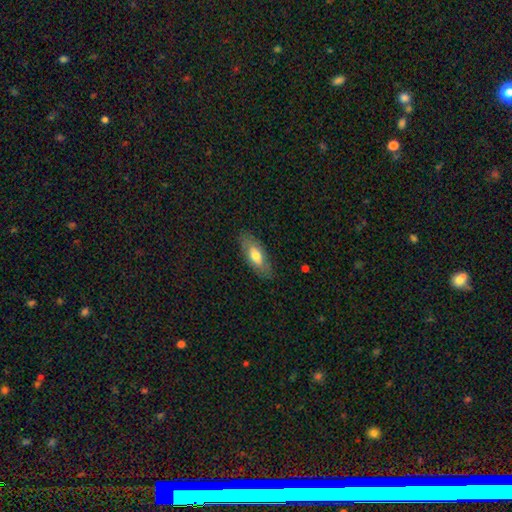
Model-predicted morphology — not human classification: Smooth or featured? Predicted: smooth (p=0.65). How rounded? Predicted: in between (p=0.77). Merging? Predicted: none (p=0.82).